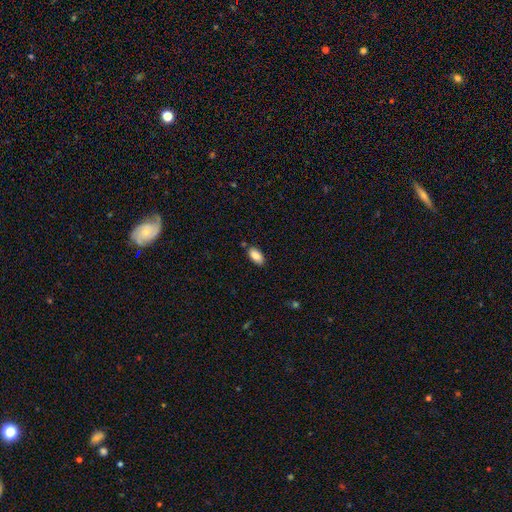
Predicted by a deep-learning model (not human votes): Overall: smooth (87%). How rounded: in between (93%). Merging: none (83%).